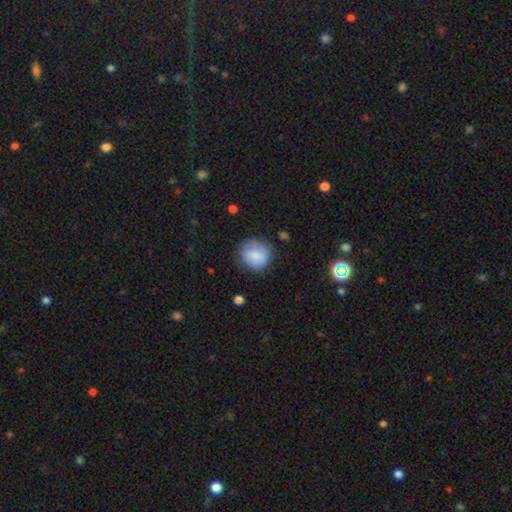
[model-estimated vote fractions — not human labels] Smooth or featured? Predicted: smooth (p=0.83). How rounded? Predicted: round (p=0.82). Merging? Predicted: none (p=0.71).